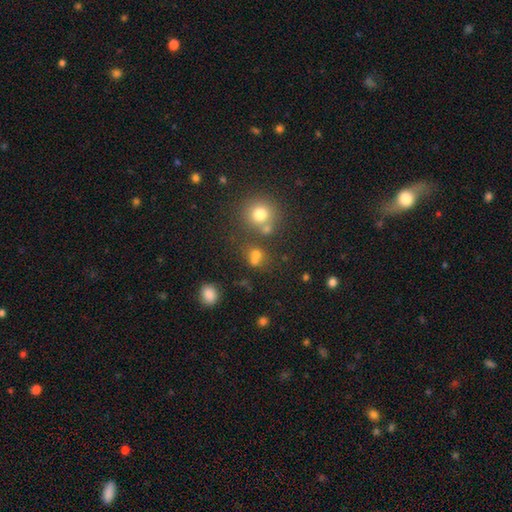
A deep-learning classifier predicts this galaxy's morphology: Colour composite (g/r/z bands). It shows a smooth galaxy with no disk features (64%) that is round (80%). Merging: none (58%).